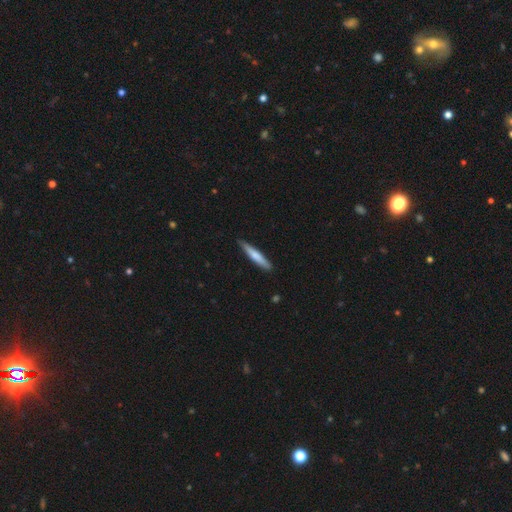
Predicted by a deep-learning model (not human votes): Smooth or featured? smooth (66%)
How rounded? cigar-shaped (92%)
Merging? none (85%)